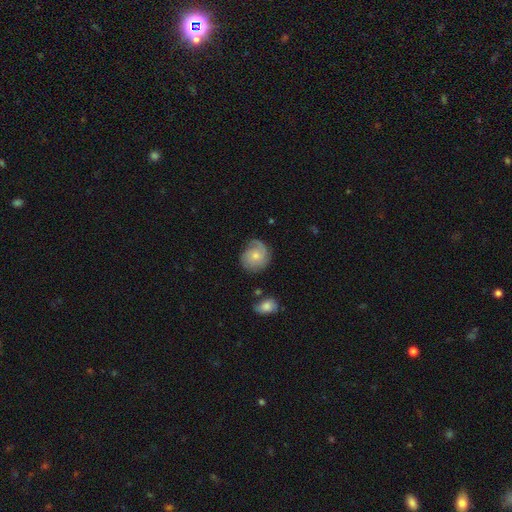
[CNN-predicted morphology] type=featured or disk (48%); merging=none (61%).